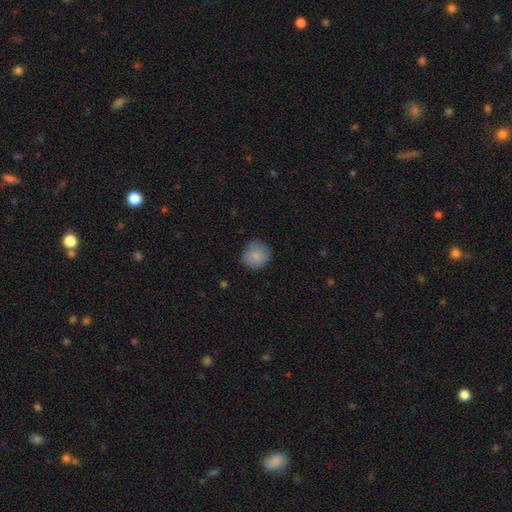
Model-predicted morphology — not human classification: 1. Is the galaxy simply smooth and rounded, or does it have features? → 85% smooth, 8% star or artifact, 7% featured or disk.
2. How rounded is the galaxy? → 91% round, 8% in between, 1% cigar-shaped.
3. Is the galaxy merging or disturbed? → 79% none, 16% minor disturbance, 3% major disturbance, 1% merger.